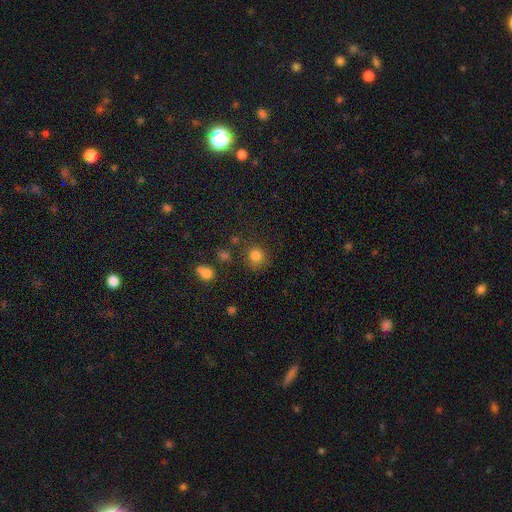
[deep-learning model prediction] smooth_or_featured: smooth (p=0.81) [alt: star or artifact p=0.14]
how_rounded: round (p=0.86) [alt: in between p=0.13]
merging: none (p=0.76) [alt: minor disturbance p=0.14]